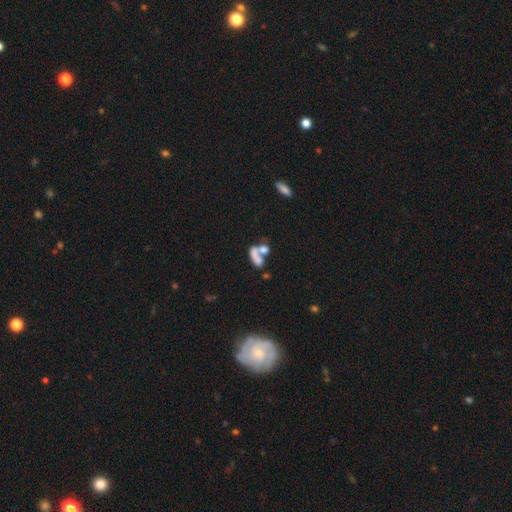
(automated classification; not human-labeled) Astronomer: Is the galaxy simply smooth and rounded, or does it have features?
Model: smooth — 57%.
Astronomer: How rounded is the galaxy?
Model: in between — 72%.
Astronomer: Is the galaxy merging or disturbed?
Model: merger — 61%.